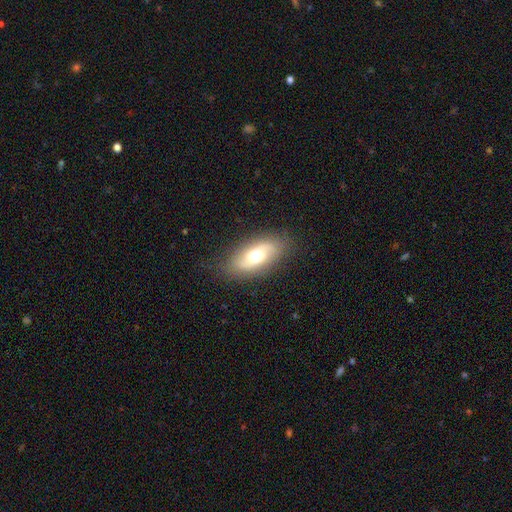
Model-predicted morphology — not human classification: This is possibly a smooth galaxy (59%). How rounded: clearly in between (86%). Merging: clearly none (84%).